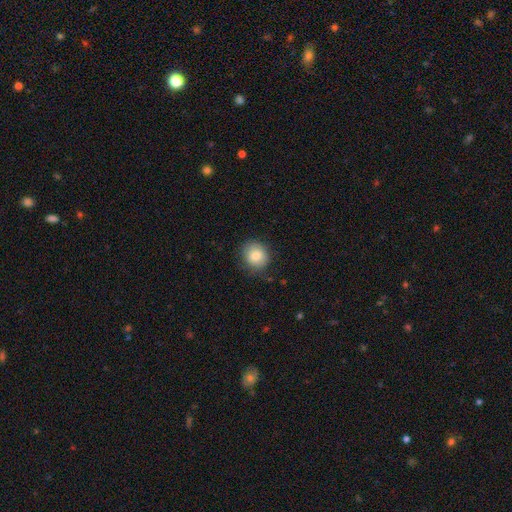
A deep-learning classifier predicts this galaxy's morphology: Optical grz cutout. It shows a smooth galaxy with no disk features (82%) that is round (79%). Merging: none (82%).